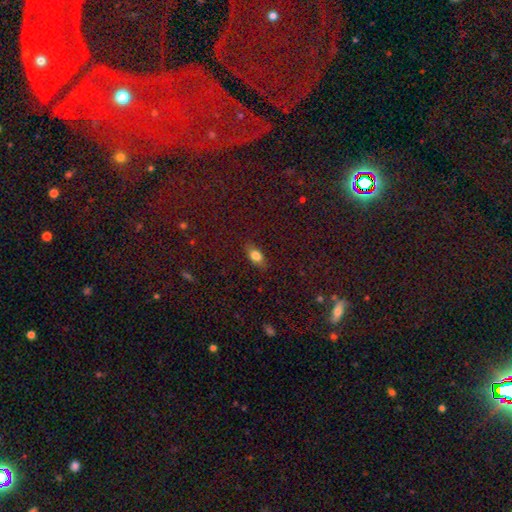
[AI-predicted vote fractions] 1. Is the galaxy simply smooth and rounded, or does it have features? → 77% smooth, 12% featured or disk, 10% star or artifact.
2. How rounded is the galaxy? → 82% in between, 9% cigar-shaped, 9% round.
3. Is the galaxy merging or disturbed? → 84% none, 12% minor disturbance, 3% major disturbance, 1% merger.